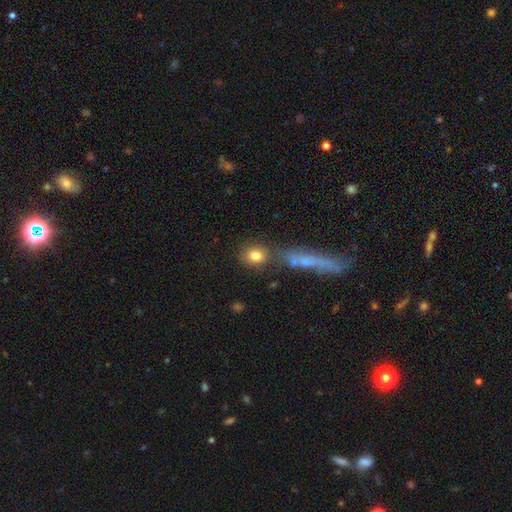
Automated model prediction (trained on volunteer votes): smooth_or_featured: smooth (p=0.81) [alt: star or artifact p=0.10]
how_rounded: round (p=0.74) [alt: in between p=0.23]
merging: none (p=0.69) [alt: merger p=0.15]